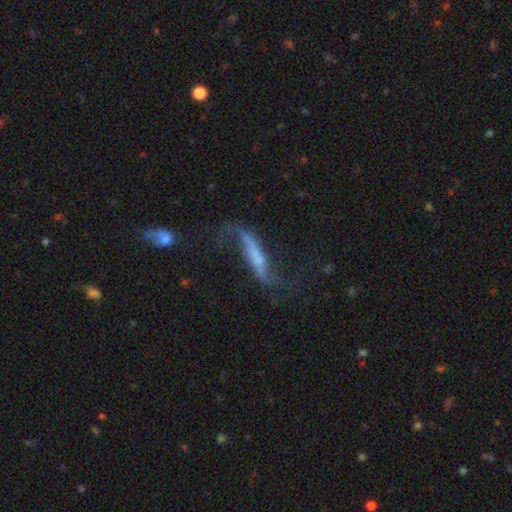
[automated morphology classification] smooth-or-featured: featured or disk: 75% | smooth: 17% | star or artifact: 8%
  disk-edge-on: no: 71% | yes: 29%
    bar: strong: 37% | no: 35% | weak: 28%
    has-spiral-arms: yes: 87% | no: 13%
    bulge-size: small: 47% | none: 30% | moderate: 17% | large: 3% | dominant: 2%
  merging: none: 45% | major disturbance: 28% | minor disturbance: 19% | merger: 8%